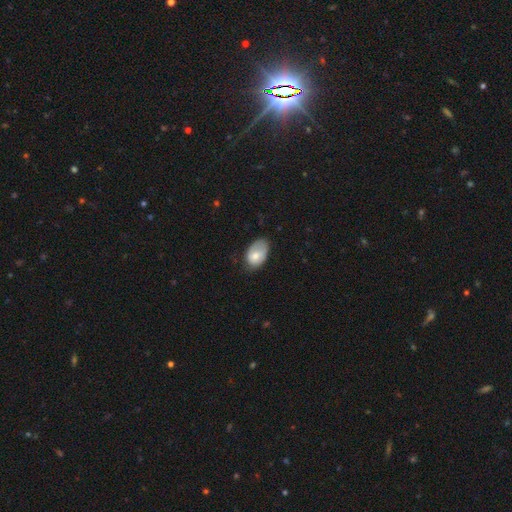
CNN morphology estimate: Smooth or featured? smooth (71%)
How rounded? in between (88%)
Merging? none (47%)